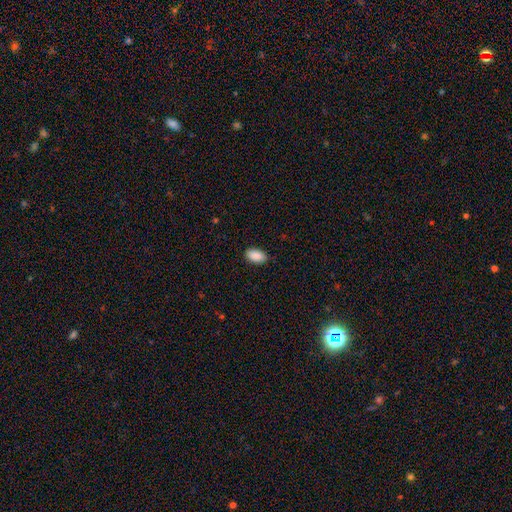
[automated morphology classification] This is clearly a smooth galaxy (90%). How rounded: clearly in between (93%). Merging: clearly none (86%).